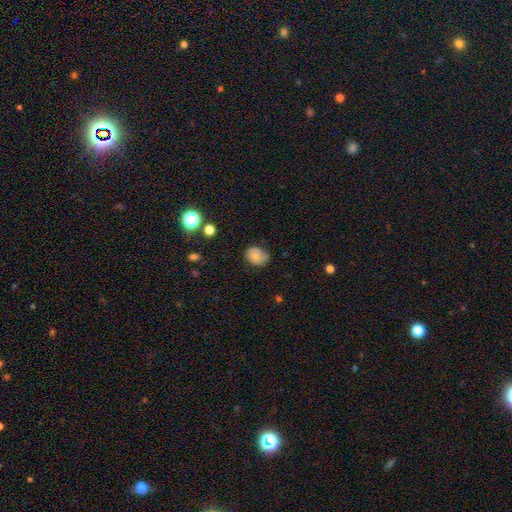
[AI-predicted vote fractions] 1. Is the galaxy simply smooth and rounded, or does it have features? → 75% smooth, 15% featured or disk, 10% star or artifact.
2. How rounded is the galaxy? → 51% round, 48% in between, 1% cigar-shaped.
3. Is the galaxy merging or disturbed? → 64% none, 28% minor disturbance, 6% major disturbance, 2% merger.